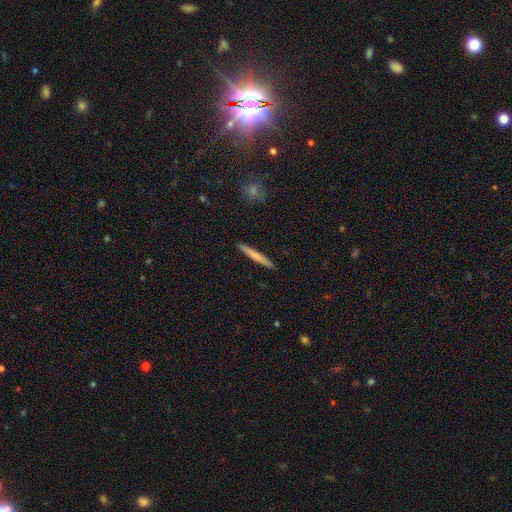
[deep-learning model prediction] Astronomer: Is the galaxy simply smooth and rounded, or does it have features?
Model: smooth — 61%.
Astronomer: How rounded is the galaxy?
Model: cigar-shaped — 96%.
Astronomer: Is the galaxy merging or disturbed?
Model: none — 92%.